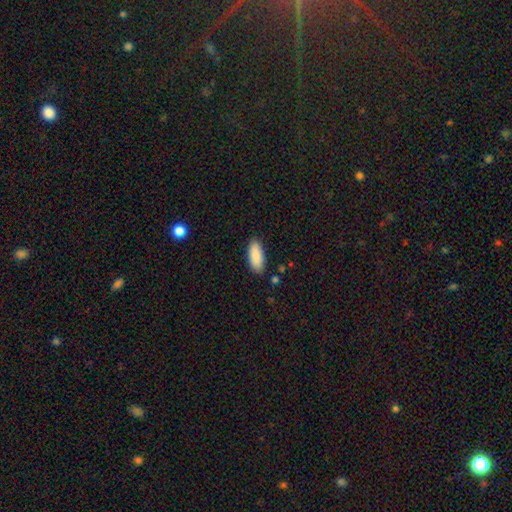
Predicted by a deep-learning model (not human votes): The model was most divided on "how rounded": in between: 82%, cigar-shaped: 16%, round: 2%. More confident: smooth or featured — smooth (89%); merging — none (87%).